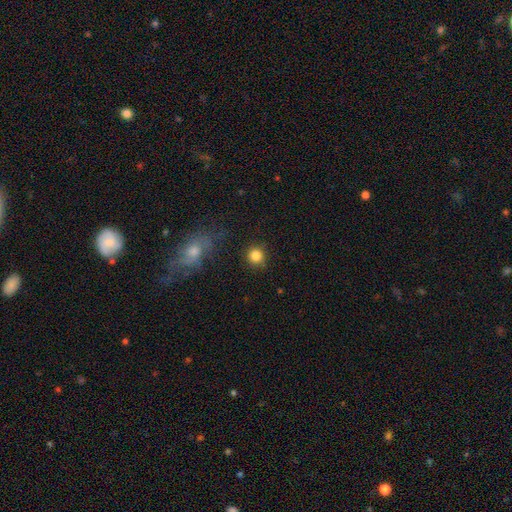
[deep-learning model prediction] A smooth galaxy with no disk features (84%) that is round (91%).

Vote fractions:
- Smooth or featured? smooth: 84% / star or artifact: 10% / featured or disk: 5%
- How rounded? round: 91% / in between: 8% / cigar-shaped: 1%
- Merging? none: 86% / minor disturbance: 8% / major disturbance: 3% / merger: 2%